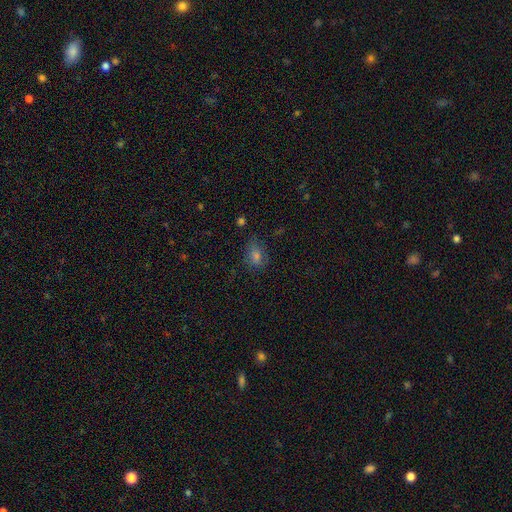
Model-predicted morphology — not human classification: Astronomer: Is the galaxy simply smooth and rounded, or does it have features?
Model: smooth — 63%.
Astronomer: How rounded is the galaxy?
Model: in between — 64%.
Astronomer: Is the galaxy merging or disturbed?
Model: none — 69%.